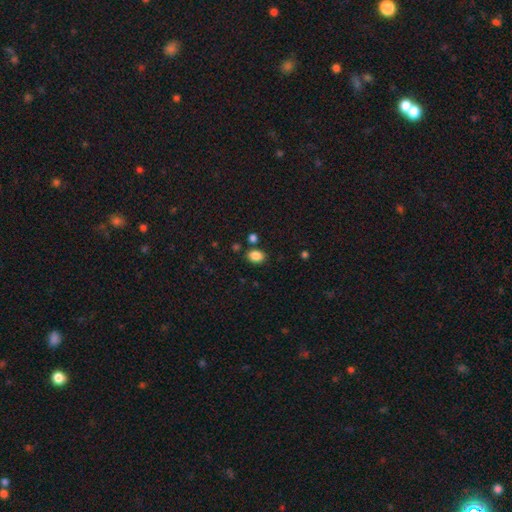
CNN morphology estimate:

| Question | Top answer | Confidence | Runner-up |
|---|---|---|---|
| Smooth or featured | smooth | 86% | star or artifact (10%) |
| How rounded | in between | 72% | round (27%) |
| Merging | none | 79% | minor disturbance (11%) |